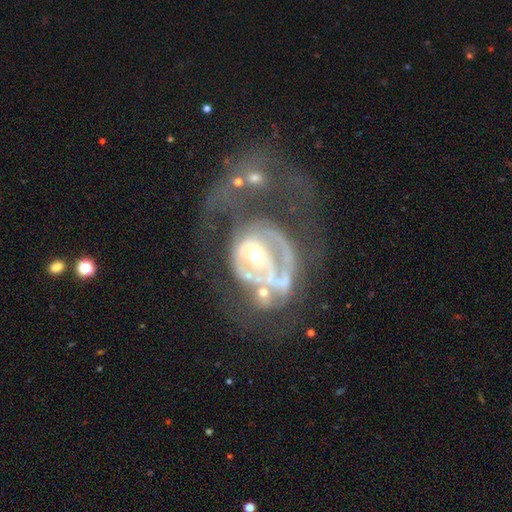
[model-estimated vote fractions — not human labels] Smooth or featured? featured or disk (77%)
Edge-on disk? no (97%)
Bar? no (68%)
Spiral arms? yes (56%)
Bulge size? moderate (61%)
Merging? major disturbance (47%)